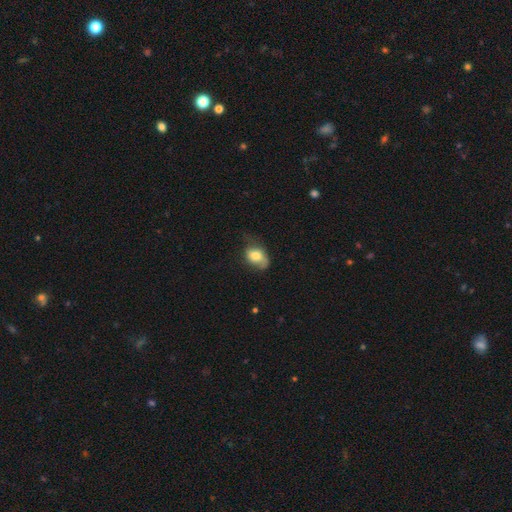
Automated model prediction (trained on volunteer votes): smooth 71%, featured or disk 21%, star or artifact 8%. Down the decision tree: how rounded — in between (76%); merging — none (38%, tied with minor disturbance).